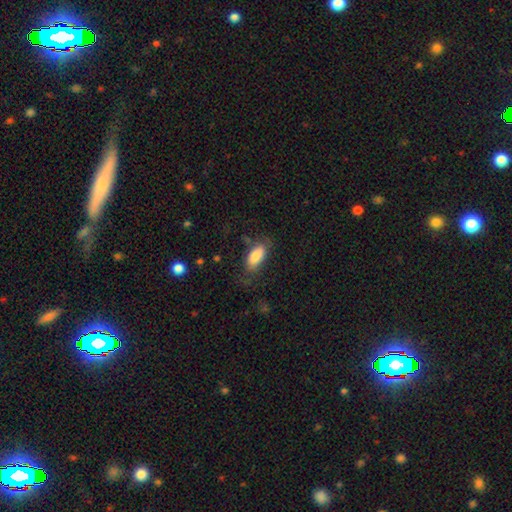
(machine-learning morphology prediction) Overall: smooth (81%). How rounded: in between (87%). Merging: none (65%).